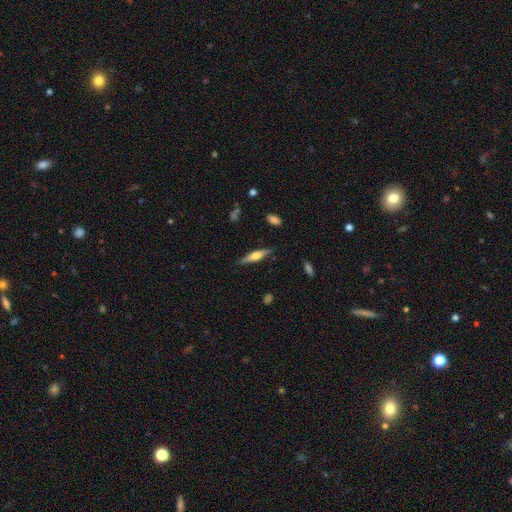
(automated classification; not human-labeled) This appears to be a featured or disk galaxy (58%) viewed edge-on (95%) with a rounded central bulge (89%). Merging: none (85%).